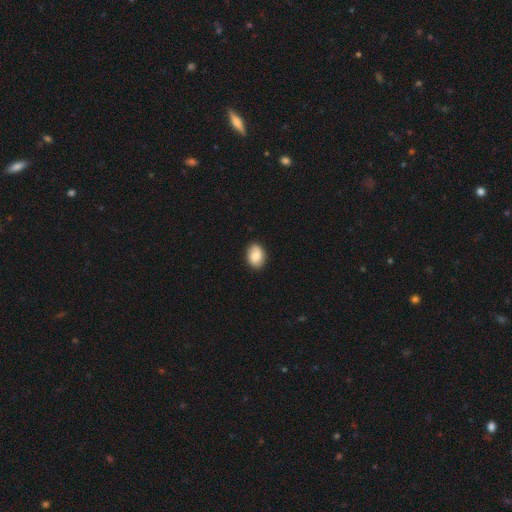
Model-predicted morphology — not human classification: This is clearly a smooth galaxy (80%). How rounded: likely in between (77%). Merging: clearly none (87%).